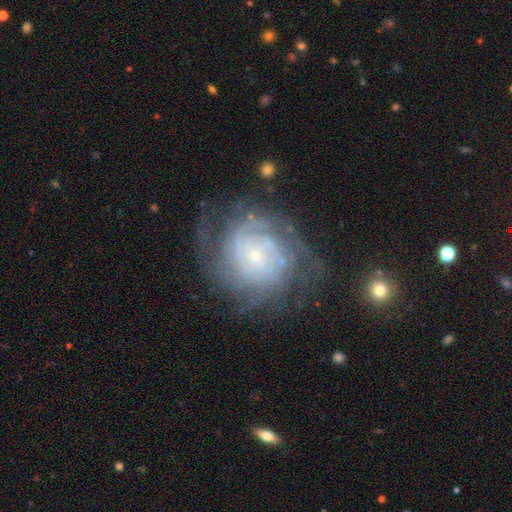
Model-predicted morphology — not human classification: Smooth or featured? featured or disk (85%)
Edge-on disk? no (97%)
Bar? no (78%)
Spiral arms? yes (96%)
Spiral winding? tight (76%)
Spiral arm count? can't tell (31%)
Bulge size? small (83%)
Merging? none (70%)